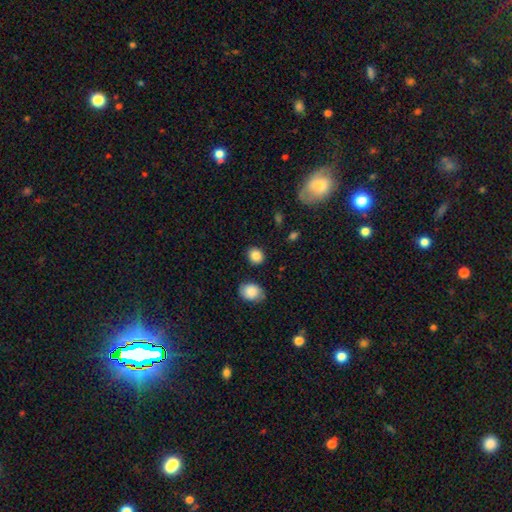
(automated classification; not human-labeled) Morphology: type=smooth (86%); roundness=round (75%); merging=none (86%).